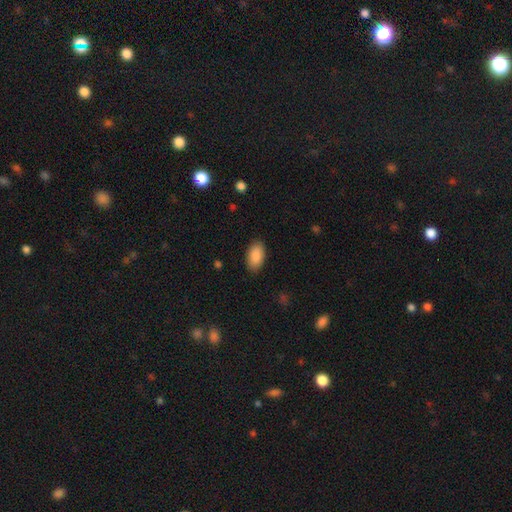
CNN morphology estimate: Smooth or featured: smooth — 90% (star or artifact — 6%)
How rounded: in between — 95% (round — 3%)
Merging: none — 87% (minor disturbance — 9%)